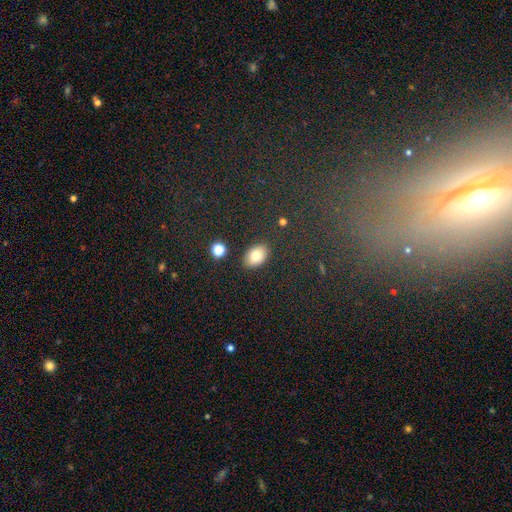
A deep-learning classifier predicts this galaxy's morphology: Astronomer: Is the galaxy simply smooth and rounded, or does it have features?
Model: smooth — 81%.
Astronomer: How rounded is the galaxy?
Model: in between — 87%.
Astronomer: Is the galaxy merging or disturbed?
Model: none — 87%.